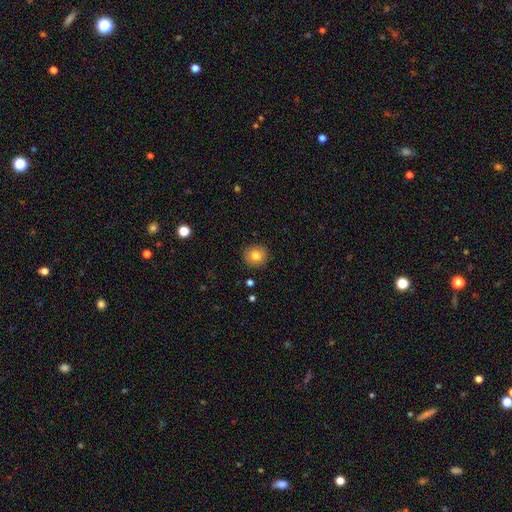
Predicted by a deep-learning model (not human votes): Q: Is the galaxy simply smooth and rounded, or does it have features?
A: smooth — 81%.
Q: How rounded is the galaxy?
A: round — 90%.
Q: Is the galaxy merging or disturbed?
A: none — 90%.